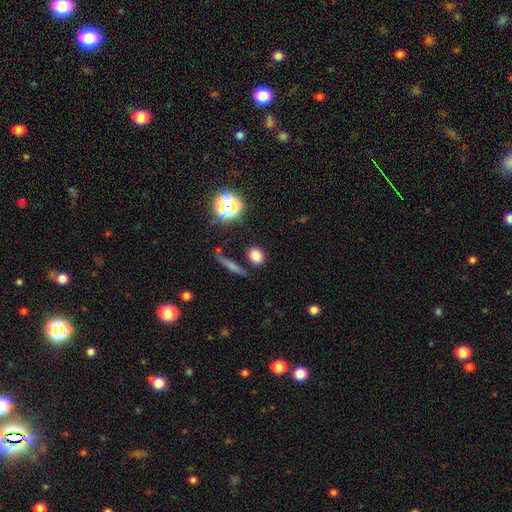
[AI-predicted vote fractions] Q: Smooth or featured?
A: smooth (77%); runner-up: star or artifact (16%)
Q: How rounded?
A: round (61%); runner-up: in between (34%)
Q: Merging?
A: none (82%); runner-up: minor disturbance (9%)